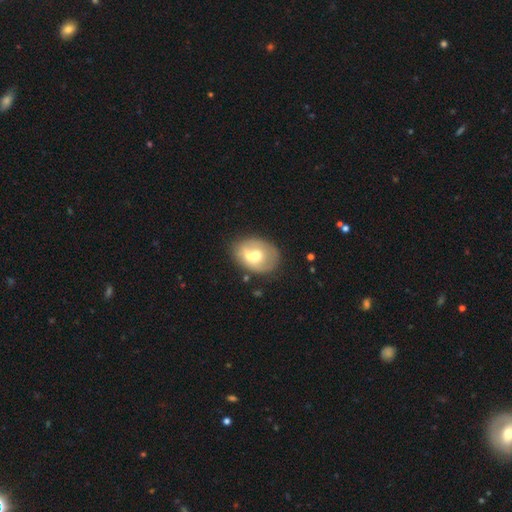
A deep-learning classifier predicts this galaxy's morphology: Smooth or featured: smooth — 53% (featured or disk — 40%)
How rounded: in between — 62% (round — 37%)
Merging: none — 40% (merger — 35%)